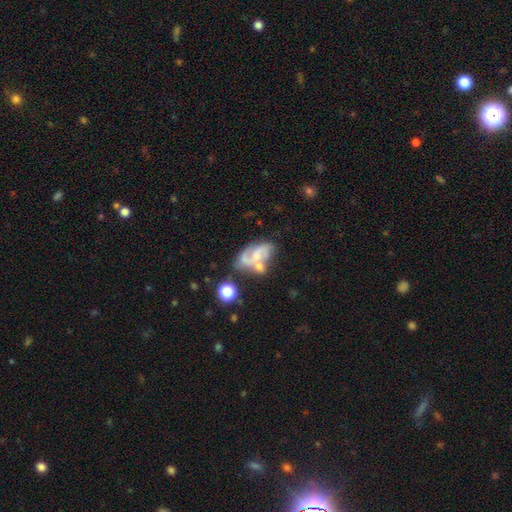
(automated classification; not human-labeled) Smooth or featured: featured or disk — 65% (smooth — 26%)
Edge-on disk: no — 96% (yes — 4%)
Bar: no — 55% (weak — 34%)
Spiral arms: yes — 78% (no — 22%)
Bulge size: small — 46% (moderate — 28%)
Merging: merger — 35% (none — 30%)